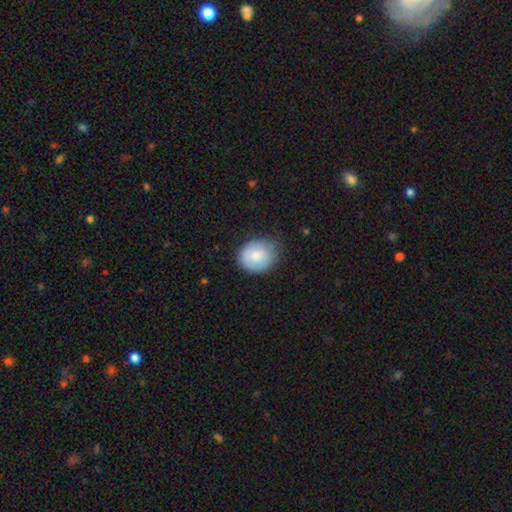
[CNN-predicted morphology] smooth_or_featured: smooth (p=0.78) [alt: featured or disk p=0.15]
how_rounded: round (p=0.58) [alt: in between p=0.41]
merging: none (p=0.71) [alt: minor disturbance p=0.23]